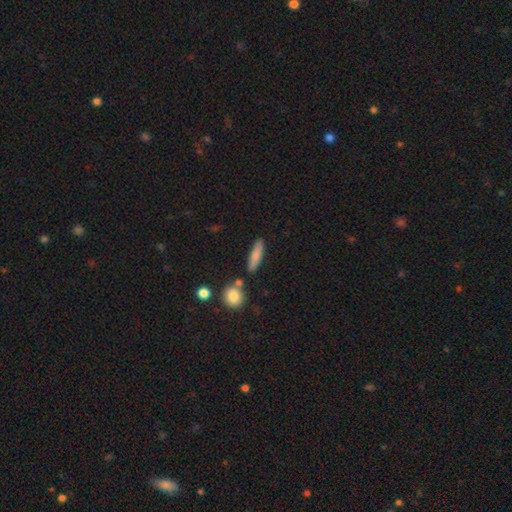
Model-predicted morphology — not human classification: Smooth or featured? smooth (80%)
How rounded? cigar-shaped (71%)
Merging? none (81%)